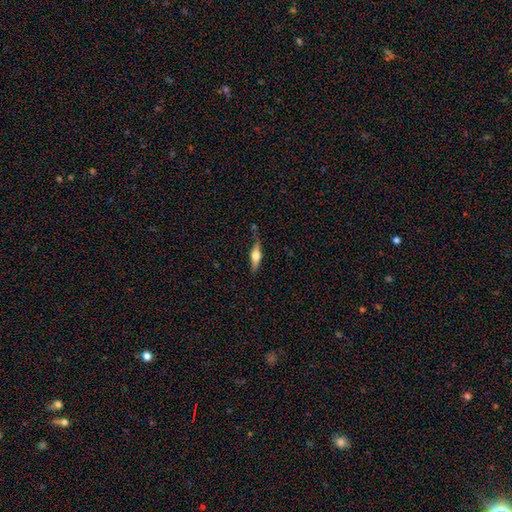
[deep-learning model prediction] featured or disk 52%, smooth 41%, star or artifact 7%. Down the decision tree: edge-on disk — yes (93%); merging — none (68%).